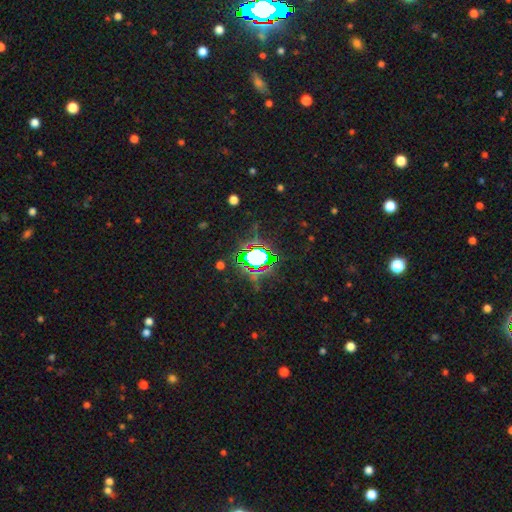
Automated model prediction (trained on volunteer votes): Morphology: type=star or artifact (78%).